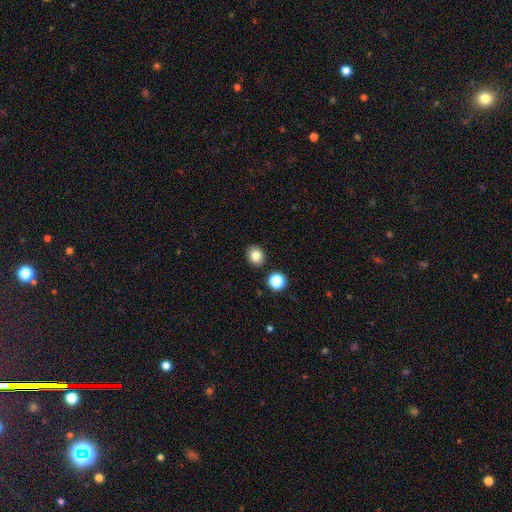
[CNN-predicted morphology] type=smooth (82%); roundness=round (59%); merging=none (88%).